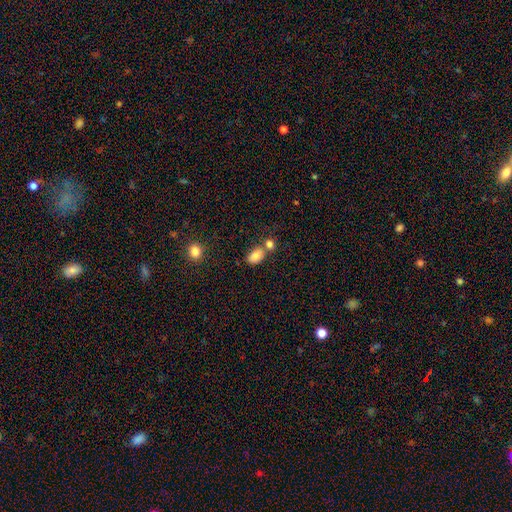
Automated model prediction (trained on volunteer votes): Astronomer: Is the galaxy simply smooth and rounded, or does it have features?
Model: smooth — 83%.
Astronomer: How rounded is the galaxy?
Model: in between — 86%.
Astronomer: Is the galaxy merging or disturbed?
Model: none — 53% (runner-up: merger, 32%).